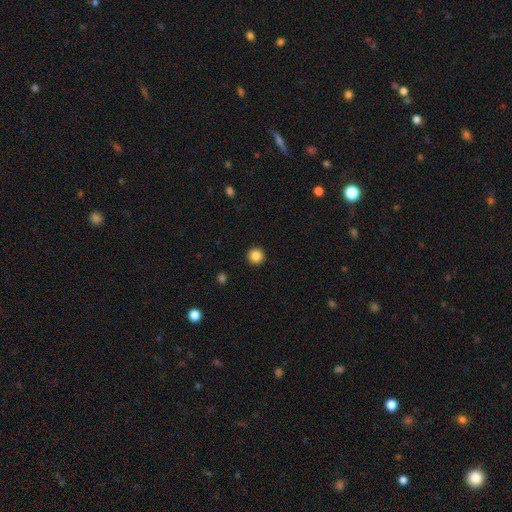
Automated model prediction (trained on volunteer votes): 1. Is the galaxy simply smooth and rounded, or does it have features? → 86% smooth, 10% star or artifact, 4% featured or disk.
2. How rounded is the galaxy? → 96% round, 3% in between, 1% cigar-shaped.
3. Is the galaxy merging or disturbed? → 93% none, 4% minor disturbance, 2% major disturbance, 1% merger.